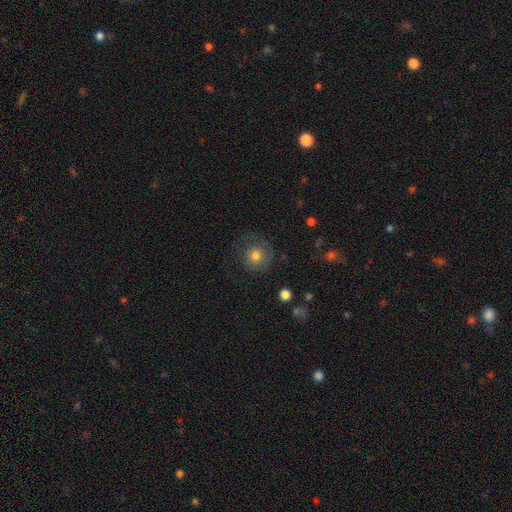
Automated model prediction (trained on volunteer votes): This appears to be a smooth galaxy with no disk features (72%) that is round (92%). Merging: none (66%).